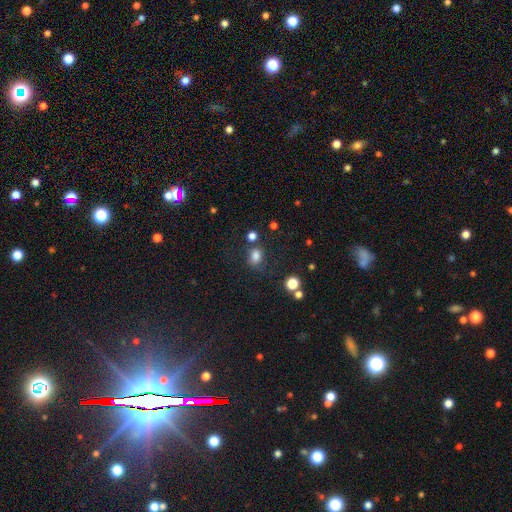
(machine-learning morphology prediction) smooth 78%, star or artifact 15%, featured or disk 7%. Down the decision tree: how rounded — in between (55%); merging — none (63%).